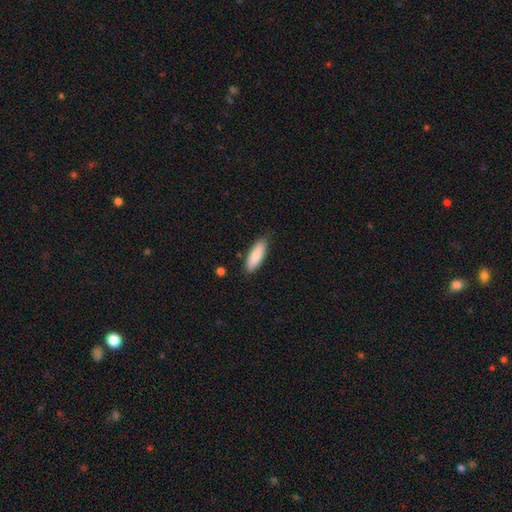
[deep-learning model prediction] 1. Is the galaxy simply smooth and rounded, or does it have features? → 86% smooth, 8% featured or disk, 6% star or artifact.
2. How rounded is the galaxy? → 54% in between, 45% cigar-shaped, 1% round.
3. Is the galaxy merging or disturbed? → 85% none, 11% minor disturbance, 2% major disturbance, 1% merger.